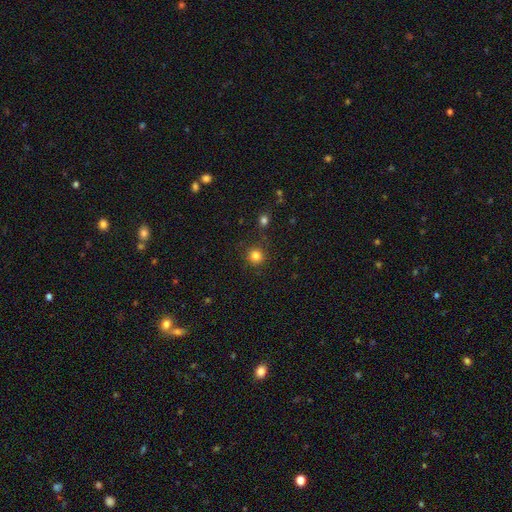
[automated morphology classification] This is clearly a smooth galaxy (82%). How rounded: clearly round (94%). Merging: clearly none (87%).